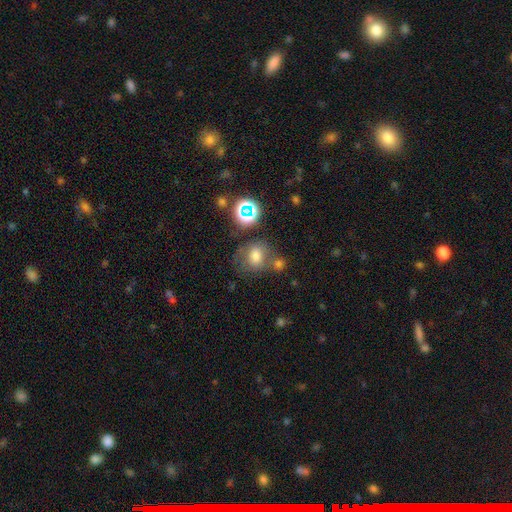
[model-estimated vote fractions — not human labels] Morphology: type=smooth (69%); roundness=round (62%); merging=none (54%).